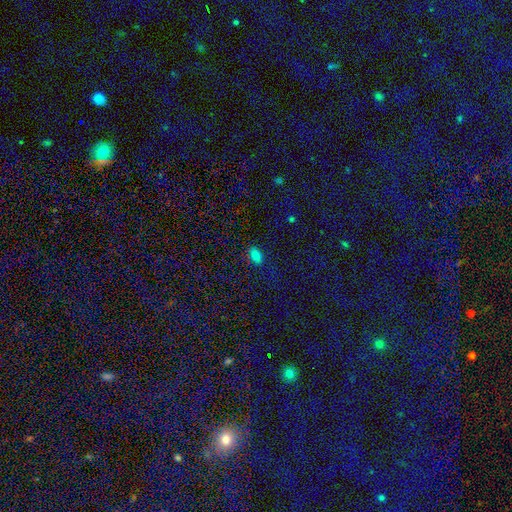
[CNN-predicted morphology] Smooth or featured? Predicted: smooth (p=0.77). How rounded? Predicted: in between (p=0.87). Merging? Predicted: none (p=0.83).